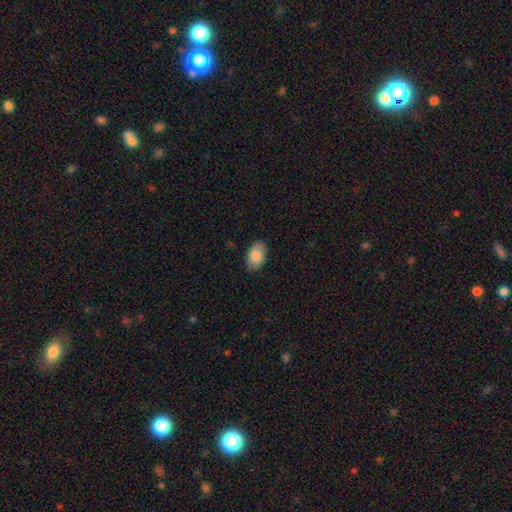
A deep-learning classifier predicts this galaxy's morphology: Smooth or featured? smooth (86%)
How rounded? in between (92%)
Merging? none (86%)